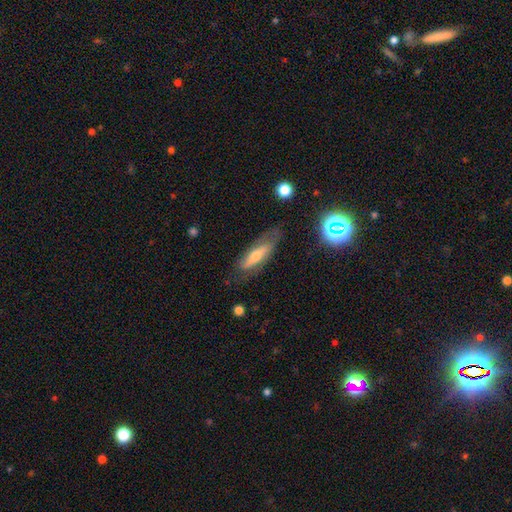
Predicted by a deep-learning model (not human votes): Morphology: type=featured or disk (49%); merging=none (65%).